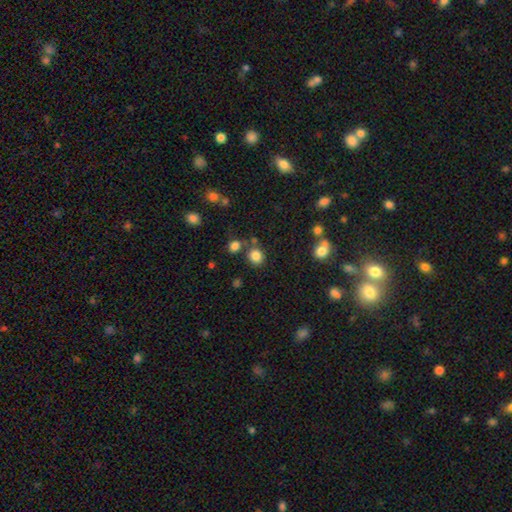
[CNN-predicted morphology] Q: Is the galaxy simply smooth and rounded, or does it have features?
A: smooth — 83%.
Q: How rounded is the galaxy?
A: round — 81%.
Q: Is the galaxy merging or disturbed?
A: none — 74%.